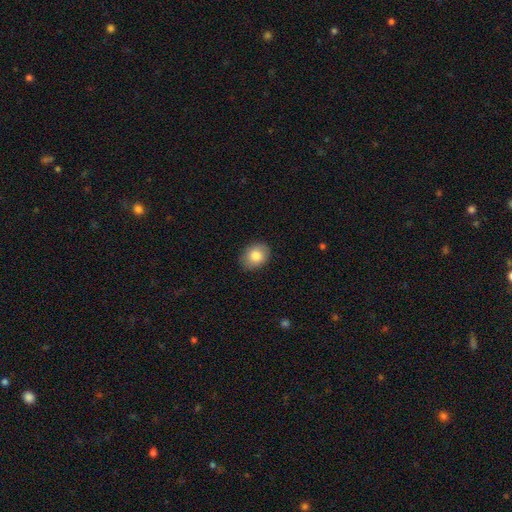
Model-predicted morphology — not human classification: Smooth or featured? smooth (84%)
How rounded? in between (60%)
Merging? none (86%)